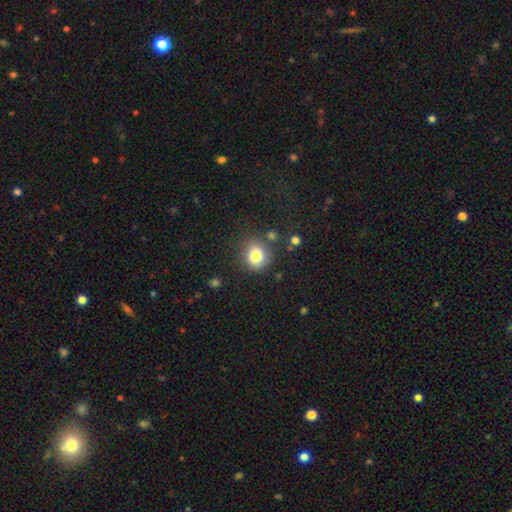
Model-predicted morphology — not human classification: Smooth or featured? smooth (80%)
How rounded? round (84%)
Merging? none (80%)